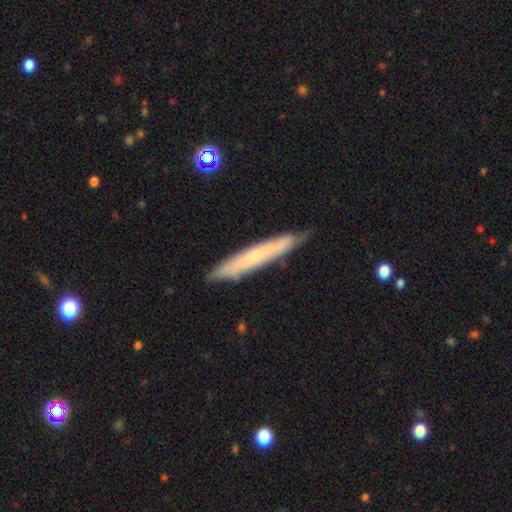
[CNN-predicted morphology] A smooth galaxy with no disk features (52%) that is cigar-shaped (95%). Merging: none (83%).